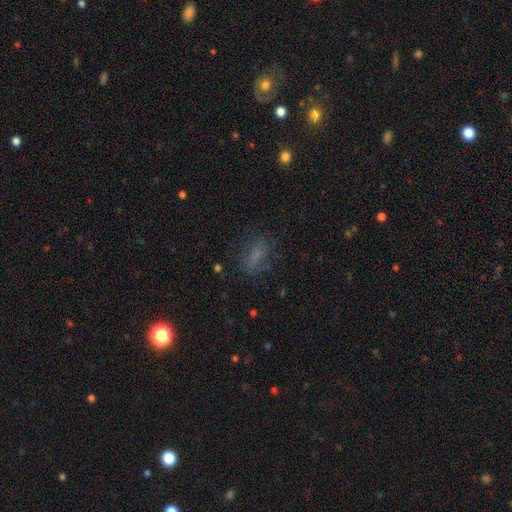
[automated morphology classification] This is likely a smooth galaxy (61%). How rounded: likely in between (70%). Merging: likely none (67%).